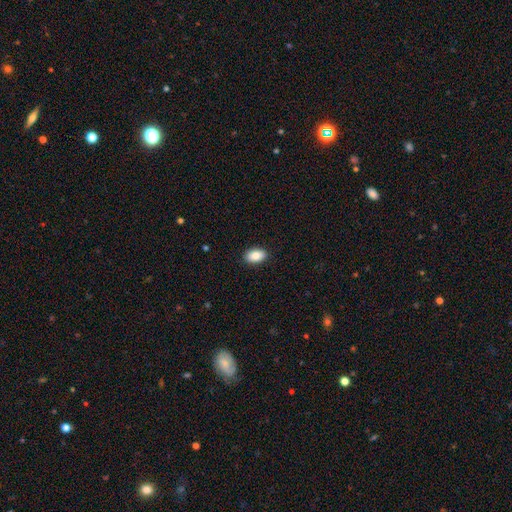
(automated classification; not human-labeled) Smooth or featured? Predicted: smooth (p=0.88). How rounded? Predicted: in between (p=0.92). Merging? Predicted: none (p=0.90).